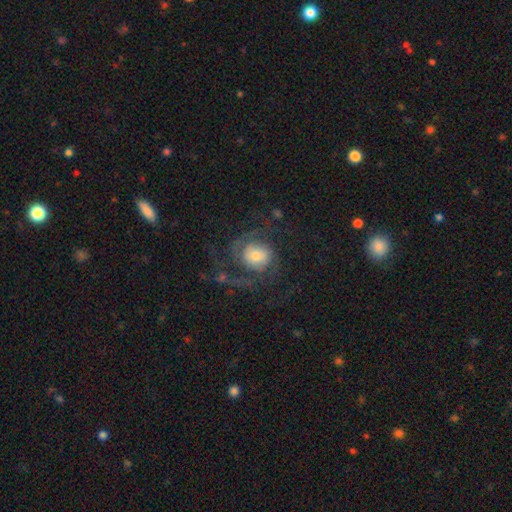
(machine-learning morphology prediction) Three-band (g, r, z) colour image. It shows a featured or disk galaxy (73%) with no bar (71%), 2 (40%) medium (44%) spiral arms (89%) and a moderate central bulge (46%). Merging: none (53%).